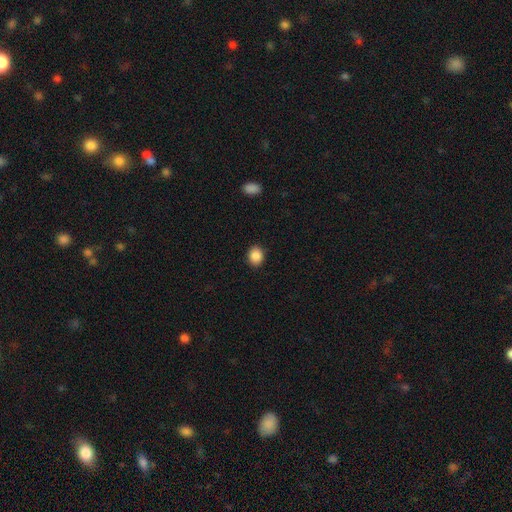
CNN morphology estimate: The model was most divided on "how rounded": round: 62%, in between: 37%, cigar-shaped: 1%. More confident: merging — none (90%); smooth or featured — smooth (88%).